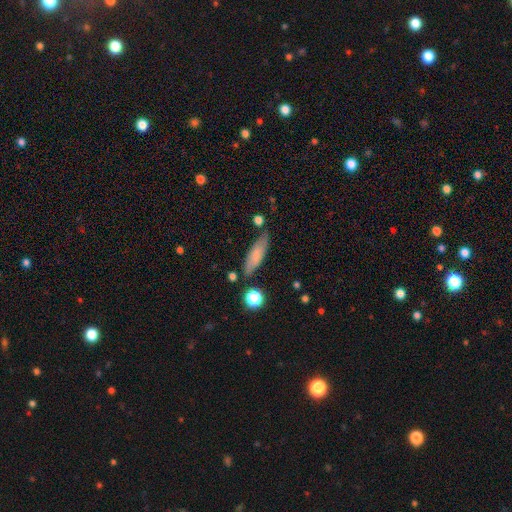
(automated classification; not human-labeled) Morphology: type=smooth (73%); roundness=cigar-shaped (56%); merging=none (76%).